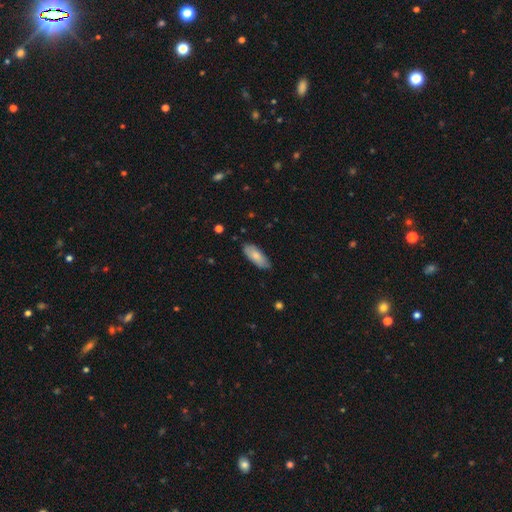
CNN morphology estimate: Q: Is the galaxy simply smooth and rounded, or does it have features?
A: smooth — 81%.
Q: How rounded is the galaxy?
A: in between — 79%.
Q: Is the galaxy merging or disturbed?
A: none — 82%.